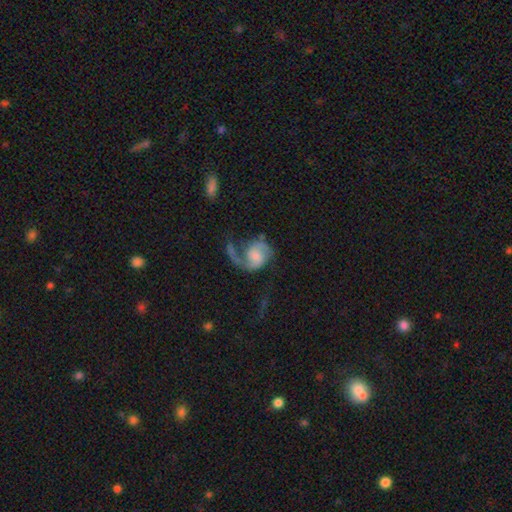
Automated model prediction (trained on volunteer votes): featured or disk 83%, smooth 11%, star or artifact 6%. Down the decision tree: edge-on disk — no (98%); bar — no (59%); spiral arms — yes (96%); spiral arm count — 2 (67%); spiral winding — loose (46%); bulge size — small (31%, tied with moderate); merging — none (45%).